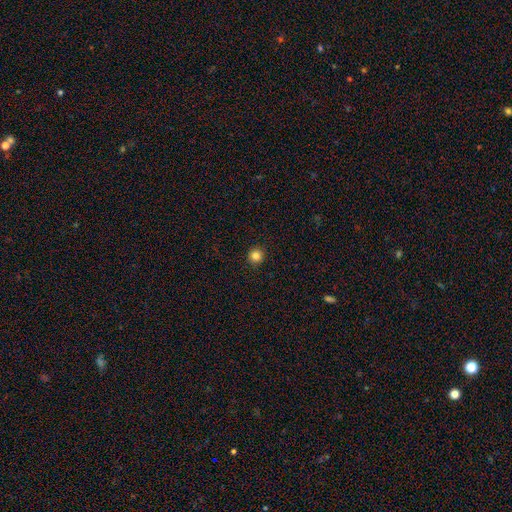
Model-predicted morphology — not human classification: Smooth or featured? smooth (83%)
How rounded? round (94%)
Merging? none (93%)